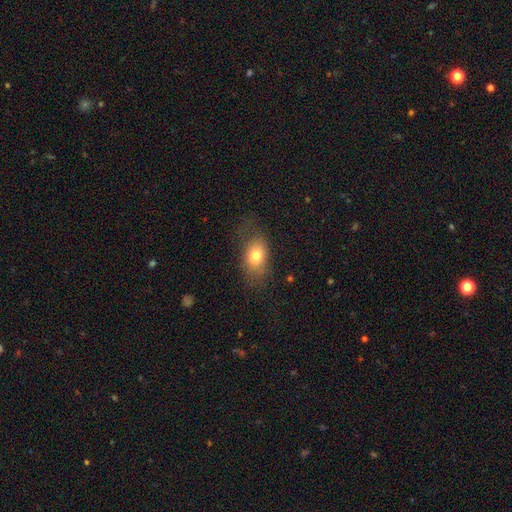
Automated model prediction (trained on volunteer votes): smooth-or-featured: smooth: 76% | featured or disk: 13% | star or artifact: 10%
  how-rounded: in between: 77% | round: 21% | cigar-shaped: 2%
  merging: none: 67% | minor disturbance: 20% | major disturbance: 11% | merger: 1%